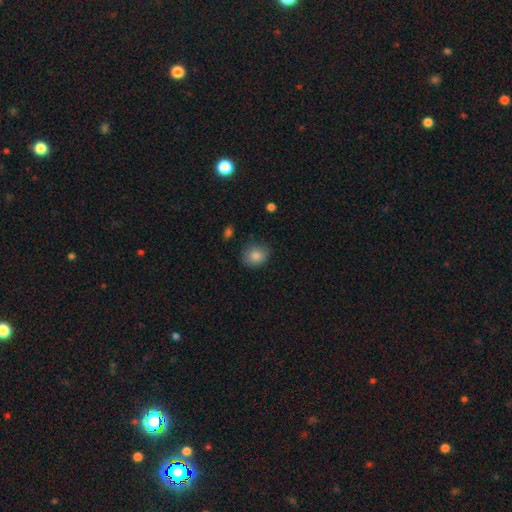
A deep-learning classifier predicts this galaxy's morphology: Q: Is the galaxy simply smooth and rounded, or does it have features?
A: smooth — 86%.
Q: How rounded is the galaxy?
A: round — 65%.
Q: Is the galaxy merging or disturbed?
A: none — 80%.